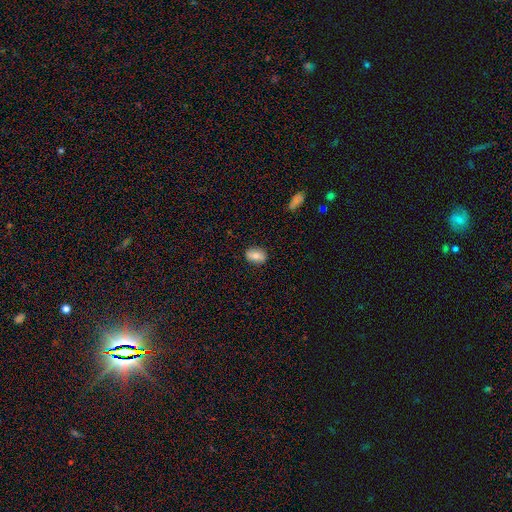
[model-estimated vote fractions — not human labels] Smooth or featured?
  - smooth: 76% *
  - featured or disk: 16%
  - star or artifact: 8%
How rounded?
  - in between: 85% *
  - round: 12%
  - cigar-shaped: 3%
Merging?
  - none: 86% *
  - minor disturbance: 10%
  - major disturbance: 2%
  - merger: 1%